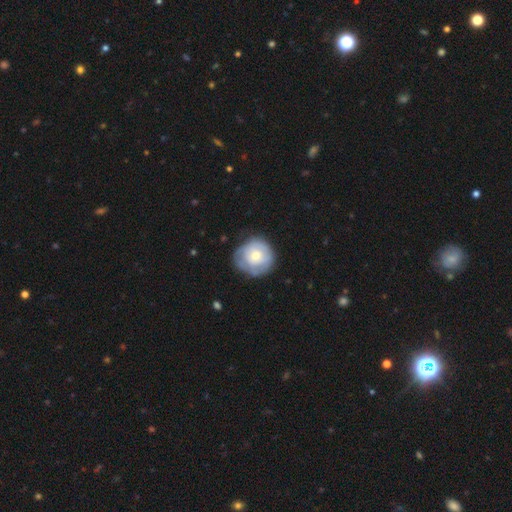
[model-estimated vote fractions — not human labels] Smooth or featured? Predicted: smooth (p=0.54). How rounded? Predicted: round (p=0.90). Merging? Predicted: none (p=0.66).